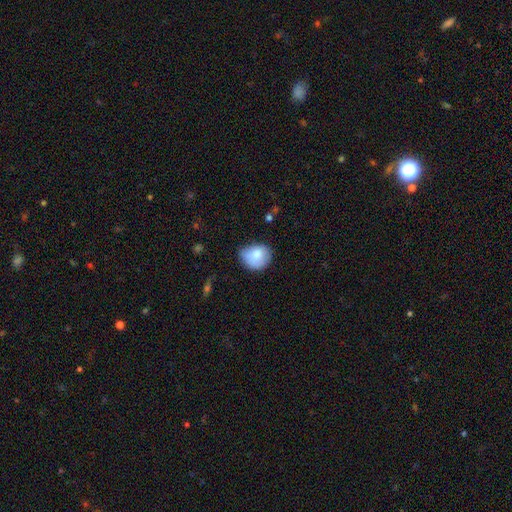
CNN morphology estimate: This is clearly a smooth galaxy (82%). How rounded: likely round (61%). Merging: possibly none (53%).